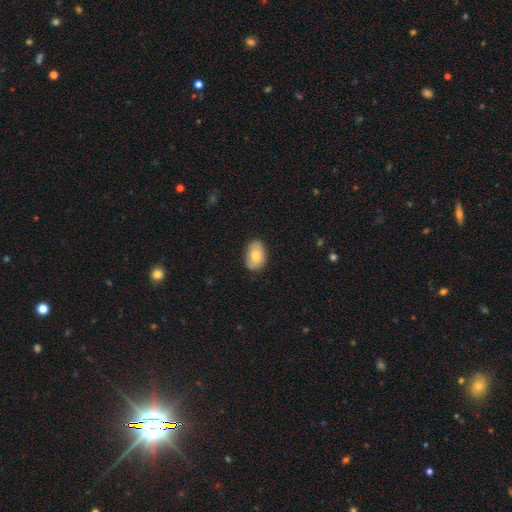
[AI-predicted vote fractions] Smooth or featured? Predicted: smooth (p=0.78). How rounded? Predicted: in between (p=0.88). Merging? Predicted: none (p=0.79).